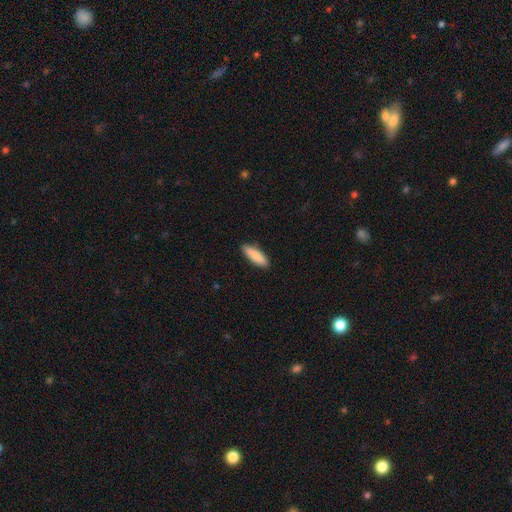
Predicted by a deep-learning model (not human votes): Smooth or featured? smooth (87%)
How rounded? cigar-shaped (59%)
Merging? none (88%)